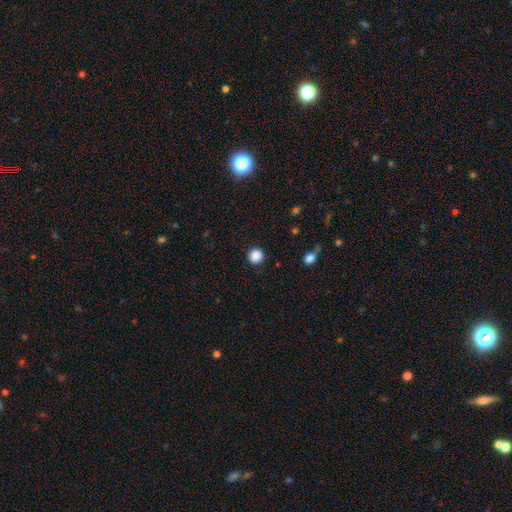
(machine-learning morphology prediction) Smooth or featured? smooth (88%)
How rounded? round (93%)
Merging? none (91%)